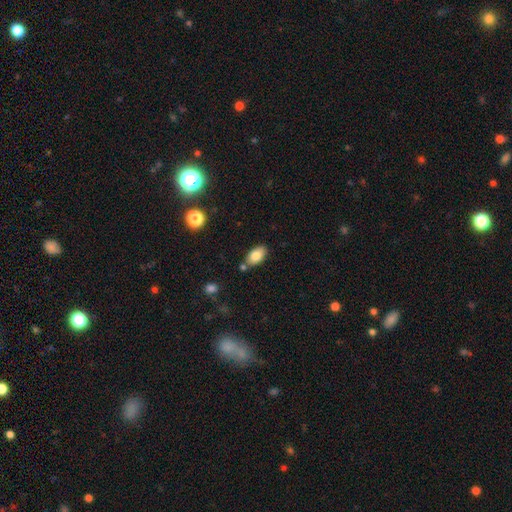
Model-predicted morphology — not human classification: This is clearly a smooth galaxy (82%). How rounded: clearly in between (92%). Merging: likely none (75%).